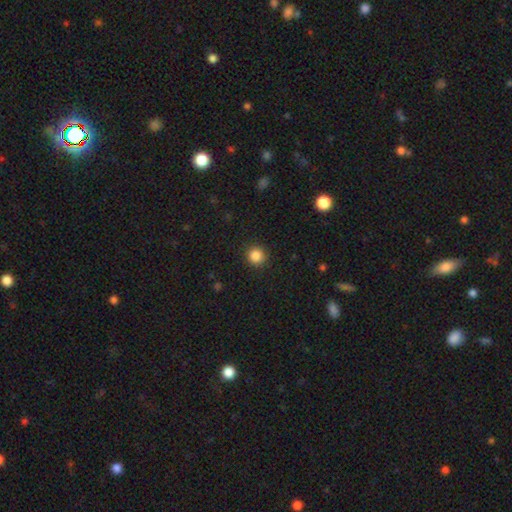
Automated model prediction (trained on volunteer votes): Smooth or featured? Predicted: smooth (p=0.86). How rounded? Predicted: round (p=0.94). Merging? Predicted: none (p=0.91).